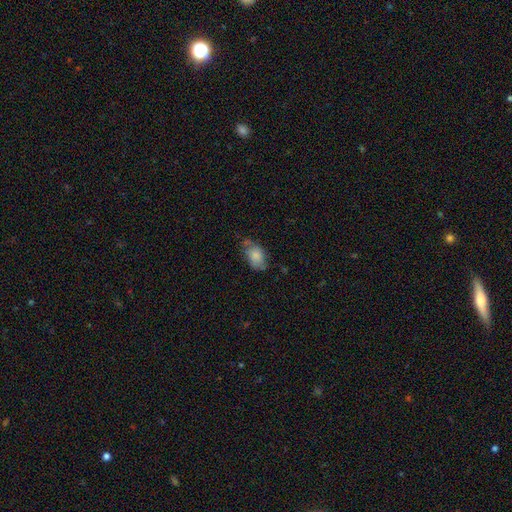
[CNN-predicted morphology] smooth 78%, featured or disk 14%, star or artifact 8%. Down the decision tree: how rounded — in between (87%); merging — none (49%).